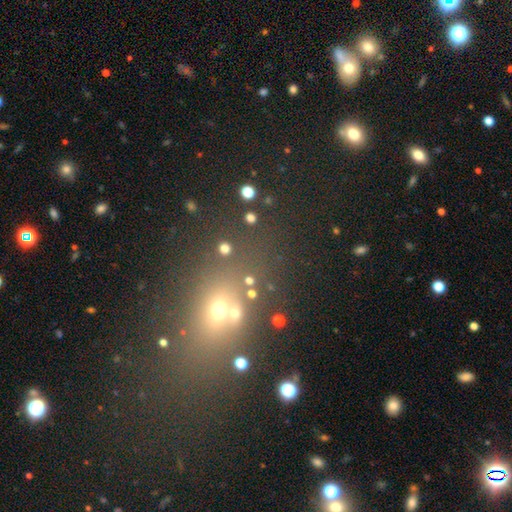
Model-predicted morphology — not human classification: A star or artifact, not a galaxy (43%).

Vote fractions:
- Smooth or featured? star or artifact: 43% / smooth: 41% / featured or disk: 16%